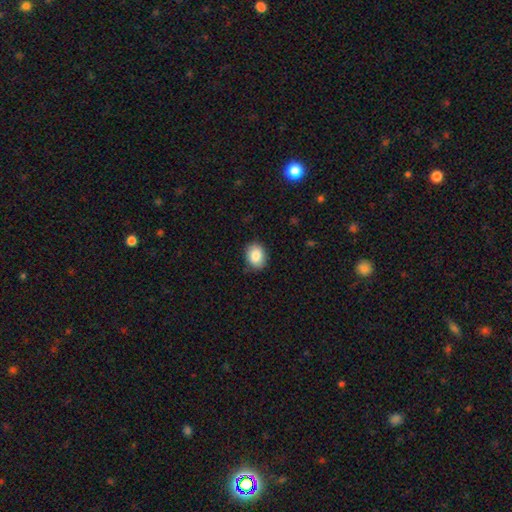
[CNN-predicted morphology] A smooth galaxy with no disk features (86%) that is in between round and cigar-shaped (65%).

Vote fractions:
- Smooth or featured? smooth: 86% / star or artifact: 8% / featured or disk: 6%
- How rounded? in between: 65% / round: 34% / cigar-shaped: 1%
- Merging? none: 85% / minor disturbance: 11% / major disturbance: 2% / merger: 1%